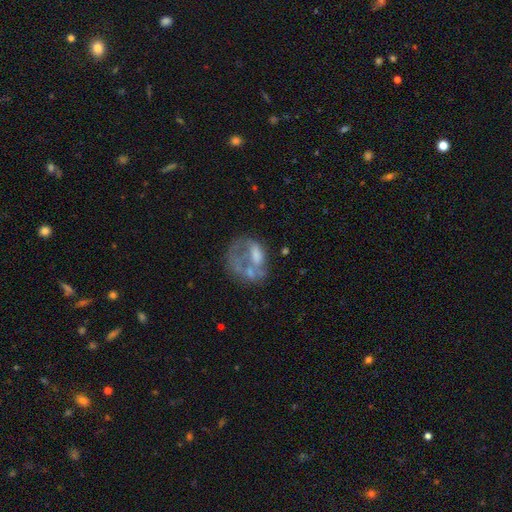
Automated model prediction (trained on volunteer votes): Smooth or featured?
  - featured or disk: 55% *
  - smooth: 33%
  - star or artifact: 12%
Edge-on disk?
  - no: 97% *
  - yes: 3%
Bar?
  - no: 82% *
  - weak: 14%
  - strong: 4%
Spiral arms?
  - no: 84% *
  - yes: 16%
Bulge size?
  - none: 48% *
  - moderate: 26%
  - small: 18%
  - large: 6%
  - dominant: 2%
Merging?
  - major disturbance: 34% *
  - none: 30%
  - merger: 21%
  - minor disturbance: 15%